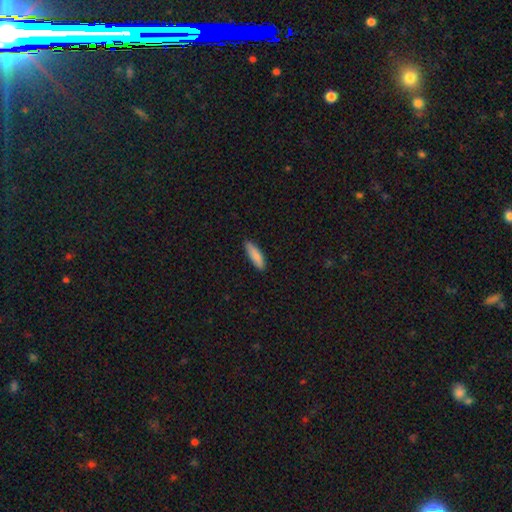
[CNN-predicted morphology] This is clearly a smooth galaxy (87%). How rounded: likely cigar-shaped (62%). Merging: clearly none (85%).